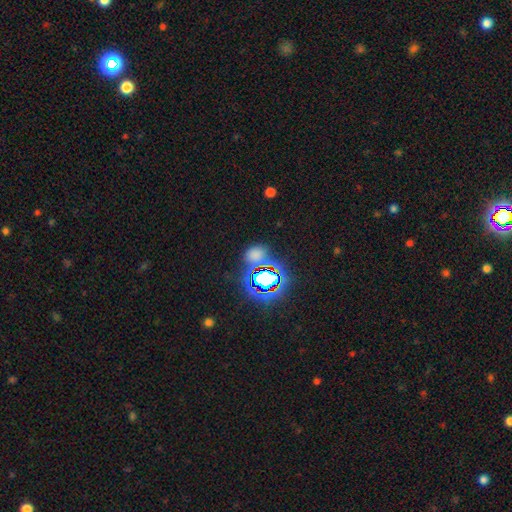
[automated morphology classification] smooth-or-featured: star or artifact: 46% (tied) | smooth: 46% (tied) | featured or disk: 8%